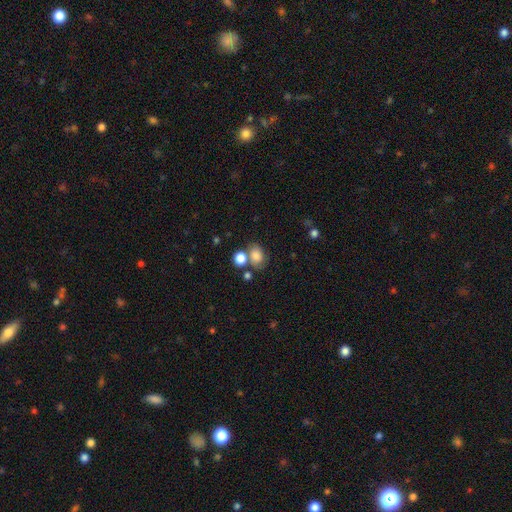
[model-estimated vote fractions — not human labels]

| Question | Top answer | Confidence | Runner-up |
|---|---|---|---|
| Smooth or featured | smooth | 80% | star or artifact (11%) |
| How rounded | in between | 57% | round (42%) |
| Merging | none | 54% | merger (27%) |